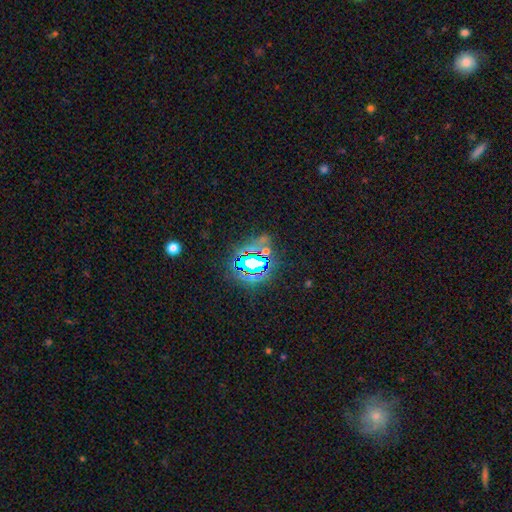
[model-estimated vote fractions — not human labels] Overall: star or artifact (72%).